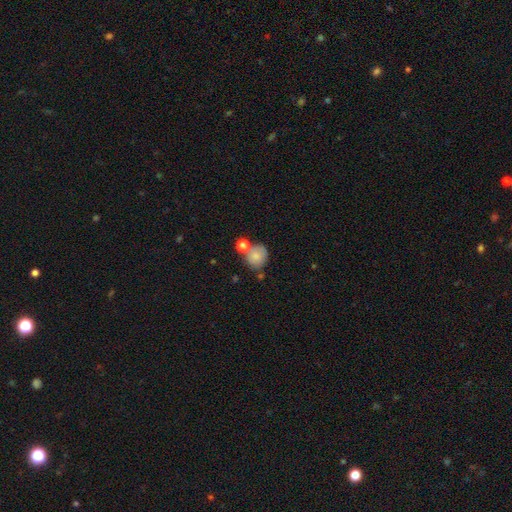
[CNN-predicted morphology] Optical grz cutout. It shows a smooth galaxy with no disk features (79%) that is round (76%). Merging: none (52%).